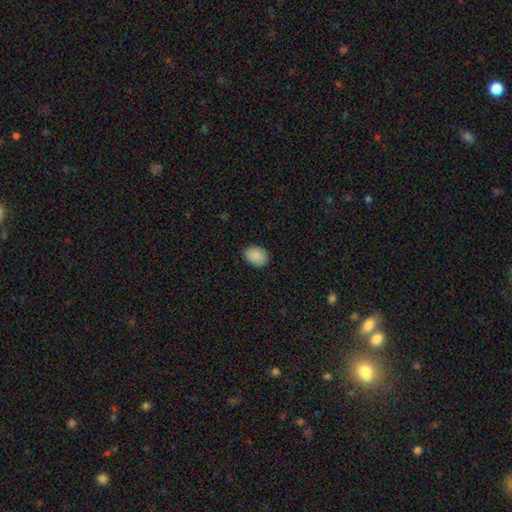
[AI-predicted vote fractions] A smooth galaxy with no disk features (89%) that is in between round and cigar-shaped (64%). Merging: none (86%).